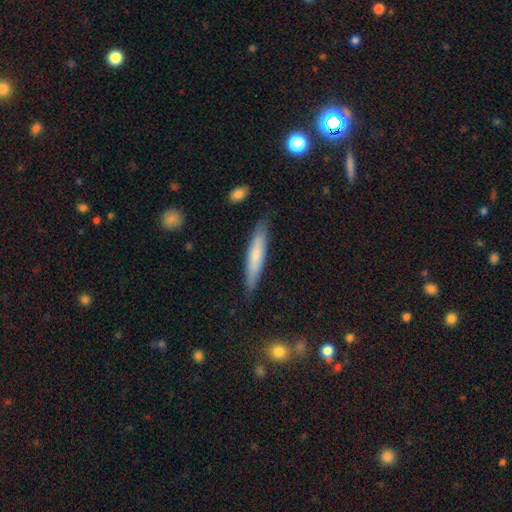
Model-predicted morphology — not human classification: smooth 69%, featured or disk 25%, star or artifact 6%. Down the decision tree: how rounded — cigar-shaped (89%); merging — none (84%).